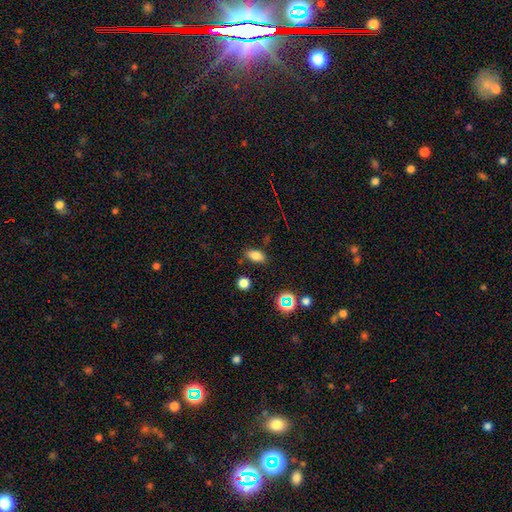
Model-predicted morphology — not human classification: Smooth or featured? smooth (79%)
How rounded? in between (86%)
Merging? none (81%)